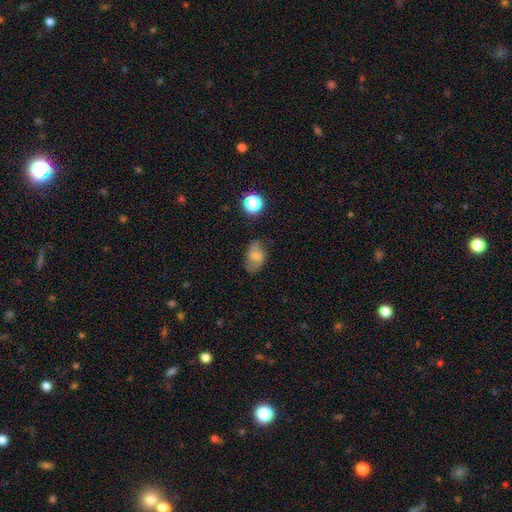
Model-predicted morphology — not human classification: This is likely a smooth galaxy (67%). How rounded: clearly in between (85%). Merging: likely none (64%).